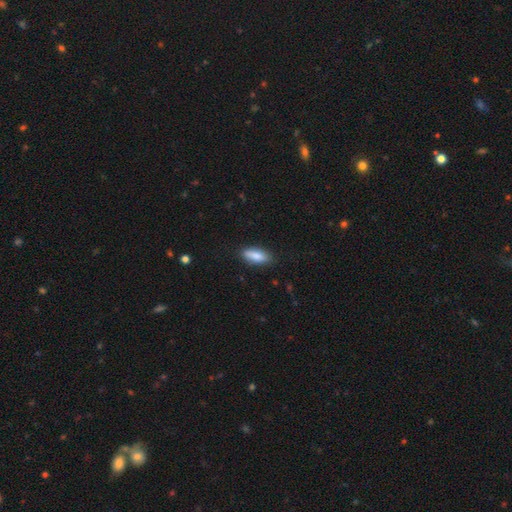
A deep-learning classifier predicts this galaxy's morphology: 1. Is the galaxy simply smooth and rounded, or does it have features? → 84% smooth, 9% featured or disk, 6% star or artifact.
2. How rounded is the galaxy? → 75% in between, 23% cigar-shaped, 2% round.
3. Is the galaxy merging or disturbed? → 83% none, 13% minor disturbance, 2% major disturbance, 1% merger.